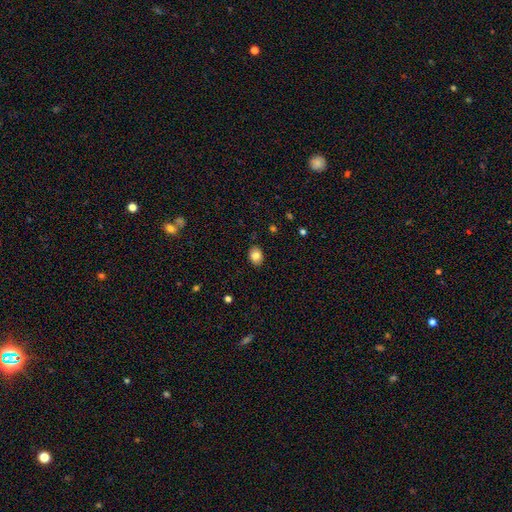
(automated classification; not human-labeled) Smooth or featured? smooth (84%)
How rounded? in between (67%)
Merging? none (87%)